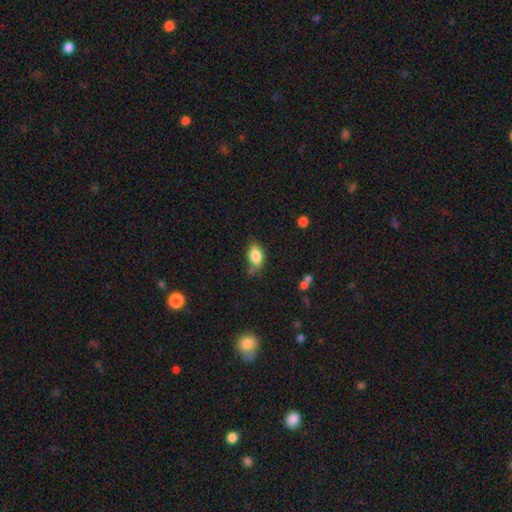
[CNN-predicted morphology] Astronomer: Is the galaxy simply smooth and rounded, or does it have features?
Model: smooth — 83%.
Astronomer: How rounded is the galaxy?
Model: in between — 89%.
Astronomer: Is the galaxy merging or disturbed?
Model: none — 73%.